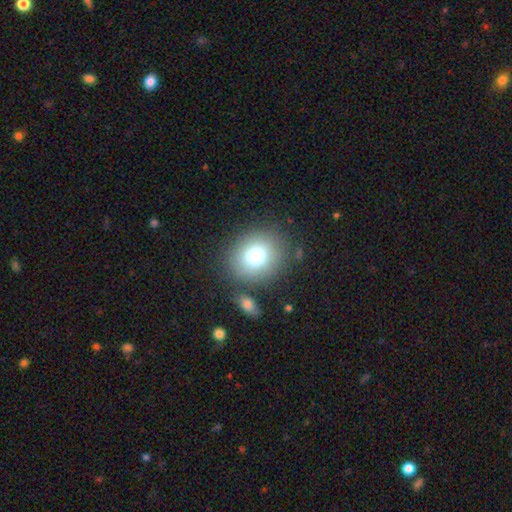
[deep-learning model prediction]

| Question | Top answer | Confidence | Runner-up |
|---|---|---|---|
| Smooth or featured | smooth | 77% | star or artifact (12%) |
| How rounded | round | 72% | in between (27%) |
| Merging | none | 79% | minor disturbance (10%) |